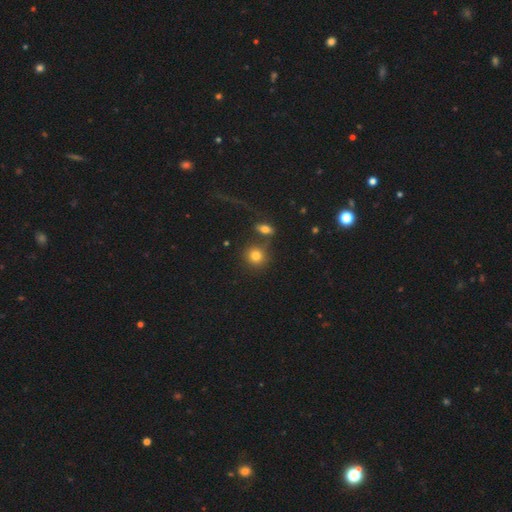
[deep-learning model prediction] Smooth or featured: smooth — 79% (star or artifact — 12%)
How rounded: round — 85% (in between — 13%)
Merging: none — 65% (merger — 20%)